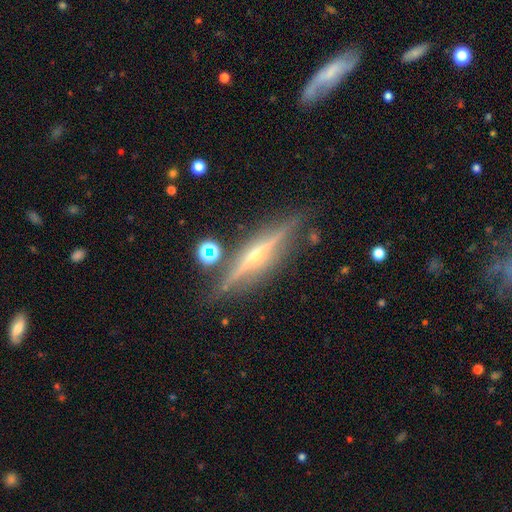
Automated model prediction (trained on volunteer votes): The model was most divided on "smooth or featured": featured or disk: 83%, smooth: 10%, star or artifact: 7%. More confident: edge-on disk — yes (96%); edge-on bulge — rounded (86%); merging — none (84%).